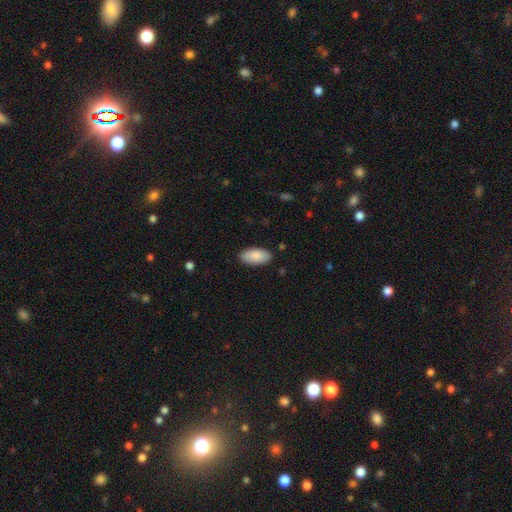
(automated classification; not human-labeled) smooth 87%, featured or disk 7%, star or artifact 6%. Down the decision tree: how rounded — in between (94%); merging — none (87%).